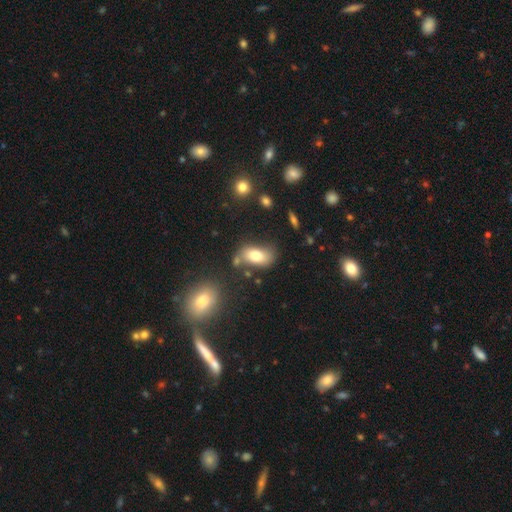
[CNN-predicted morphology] smooth-or-featured: smooth: 76% | featured or disk: 15% | star or artifact: 9%
  how-rounded: in between: 89% | round: 8% | cigar-shaped: 3%
  merging: none: 64% | minor disturbance: 19% | merger: 10% | major disturbance: 7%